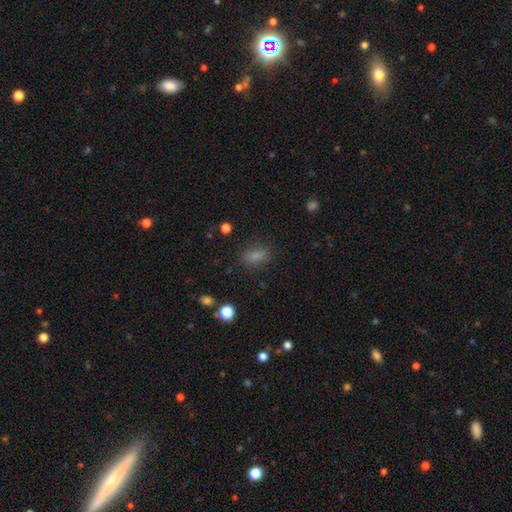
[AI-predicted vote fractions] This appears to be a smooth galaxy with no disk features (81%) that is in between round and cigar-shaped (82%). Merging: none (81%).